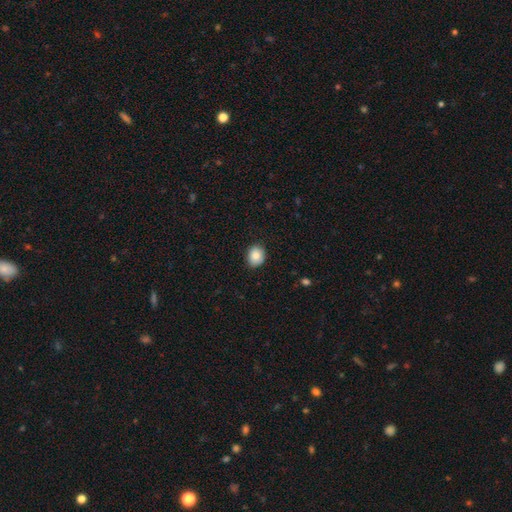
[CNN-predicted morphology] This is clearly a smooth galaxy (85%). How rounded: possibly round (53%). Merging: clearly none (86%).